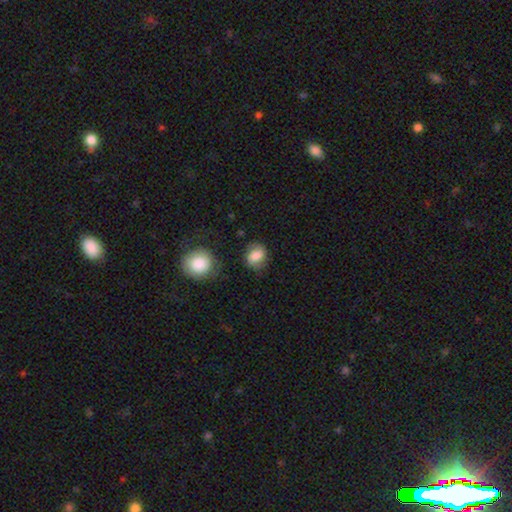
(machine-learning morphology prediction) Overall: smooth (75%). How rounded: round (52%; in between 46%). Merging: none (70%).